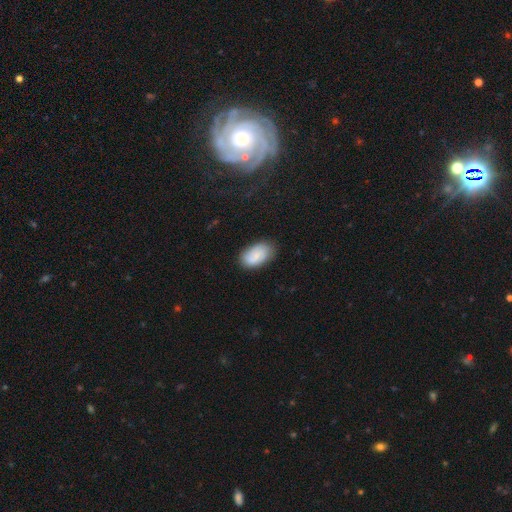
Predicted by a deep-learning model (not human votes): smooth-or-featured: smooth: 72% | featured or disk: 20% | star or artifact: 8%
  how-rounded: in between: 93% | round: 5% | cigar-shaped: 2%
  merging: none: 79% | minor disturbance: 16% | major disturbance: 4% | merger: 1%